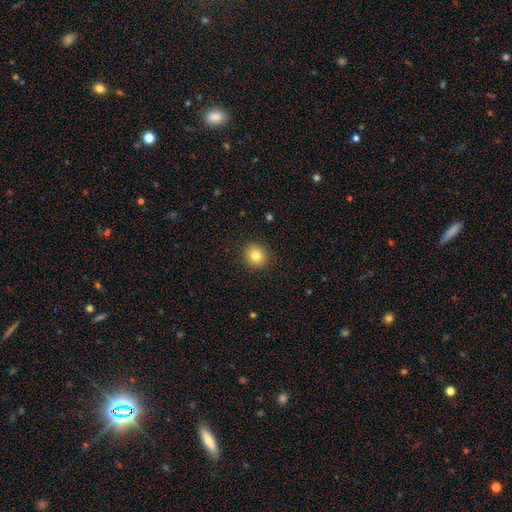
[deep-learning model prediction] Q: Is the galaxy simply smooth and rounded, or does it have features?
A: smooth — 80%.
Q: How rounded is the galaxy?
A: round — 88%.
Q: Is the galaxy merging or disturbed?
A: none — 91%.